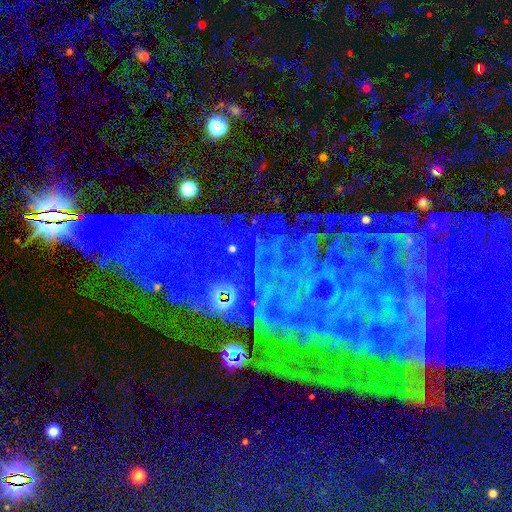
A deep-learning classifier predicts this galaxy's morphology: Overall: star or artifact (69%).